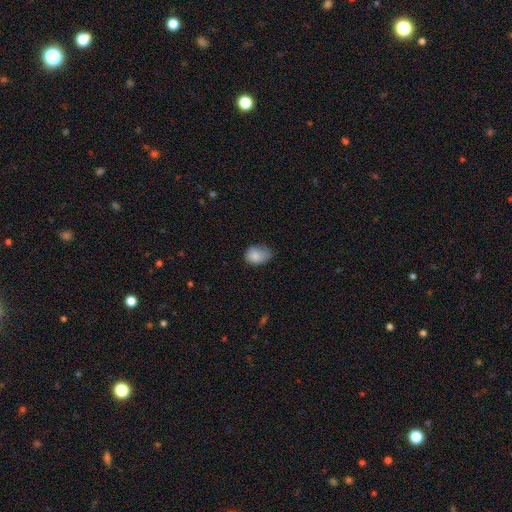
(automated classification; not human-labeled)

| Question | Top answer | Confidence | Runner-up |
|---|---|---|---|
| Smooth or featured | smooth | 83% | star or artifact (9%) |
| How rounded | in between | 76% | round (23%) |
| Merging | none | 44% | minor disturbance (42%) |